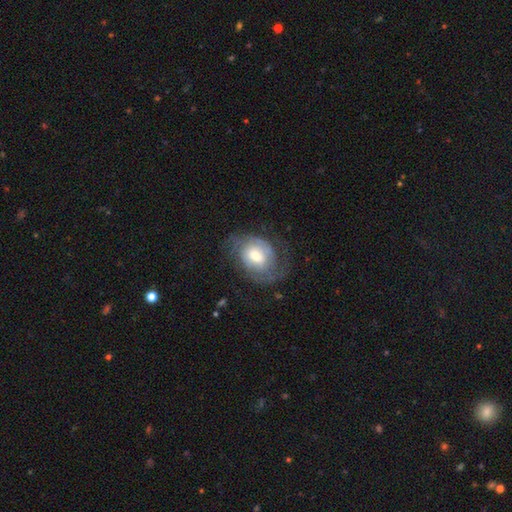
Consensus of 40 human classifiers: Smooth or featured: featured or disk — 70% (smooth — 28%)
Edge-on disk: no — 89% (yes — 11%)
Bar: no — 52% (weak — 44%)
Spiral arms: yes — 100%
Spiral winding: tight — 44% (tied with medium — 44%)
Spiral arm count: 2 — 88% (1 — 4%)
Bulge size: moderate — 68% (large — 24%)
Merging: none — 64% (major disturbance — 18%)